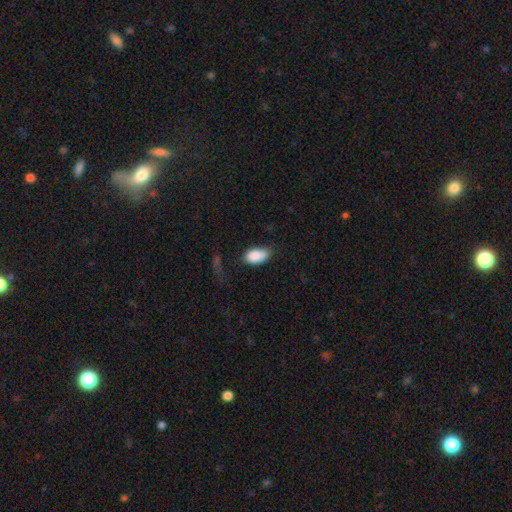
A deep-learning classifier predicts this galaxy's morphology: This is clearly a smooth galaxy (88%). How rounded: clearly in between (94%). Merging: likely none (61%).